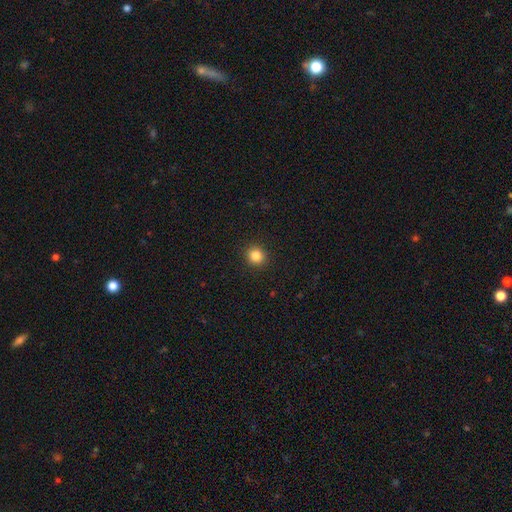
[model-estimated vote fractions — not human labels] smooth_or_featured: smooth (p=0.84) [alt: star or artifact p=0.12]
how_rounded: round (p=0.89) [alt: in between p=0.10]
merging: none (p=0.92) [alt: minor disturbance p=0.05]